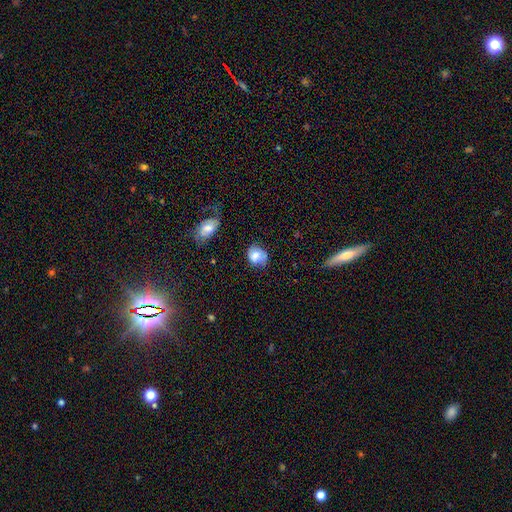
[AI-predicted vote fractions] Smooth or featured? smooth (67%)
How rounded? round (56%)
Merging? none (55%)